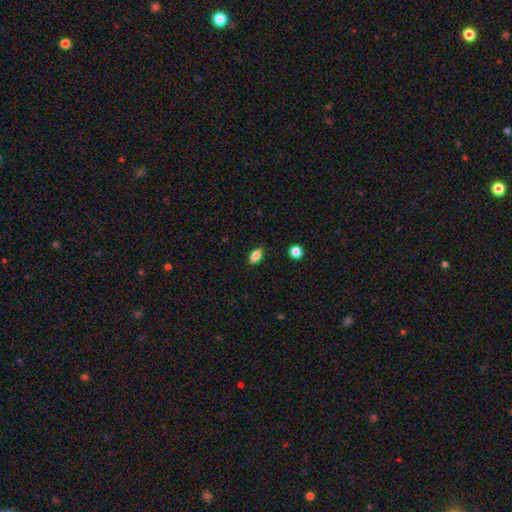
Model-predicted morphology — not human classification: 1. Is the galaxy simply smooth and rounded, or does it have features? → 80% smooth, 11% featured or disk, 9% star or artifact.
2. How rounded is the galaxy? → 87% in between, 6% round, 6% cigar-shaped.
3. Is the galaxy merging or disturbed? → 87% none, 9% minor disturbance, 2% major disturbance, 1% merger.